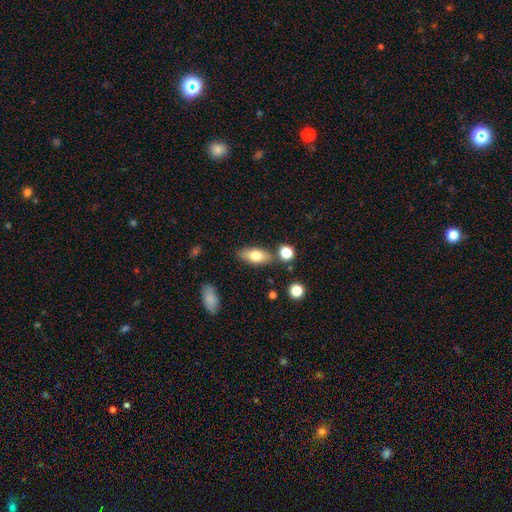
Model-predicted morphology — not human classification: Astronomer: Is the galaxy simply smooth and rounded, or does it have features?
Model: smooth — 74%.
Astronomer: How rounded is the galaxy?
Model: in between — 84%.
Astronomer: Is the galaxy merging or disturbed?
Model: none — 78%.